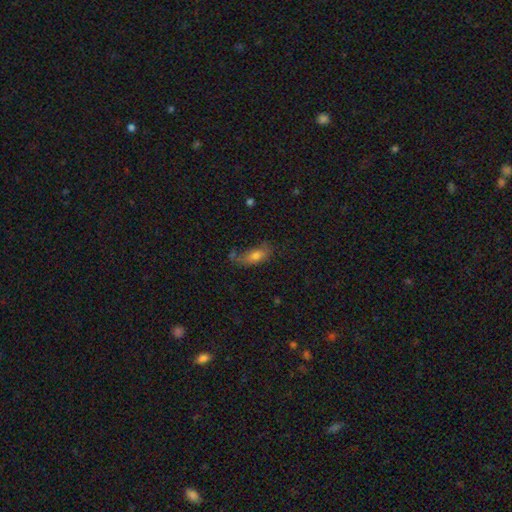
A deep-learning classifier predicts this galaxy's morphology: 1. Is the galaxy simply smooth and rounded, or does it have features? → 72% smooth, 19% featured or disk, 10% star or artifact.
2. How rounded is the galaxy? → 79% in between, 16% cigar-shaped, 5% round.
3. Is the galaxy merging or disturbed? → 47% none, 27% minor disturbance, 16% major disturbance, 10% merger.